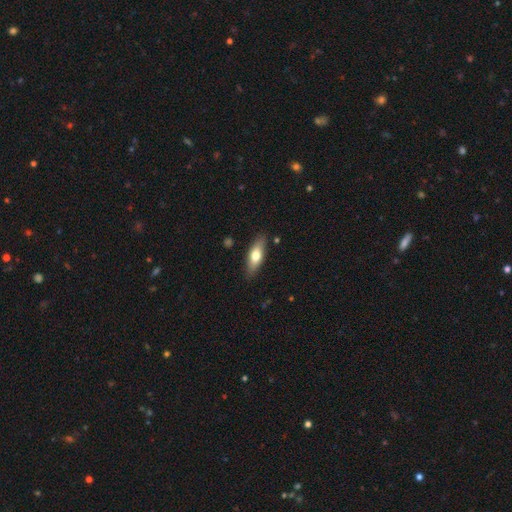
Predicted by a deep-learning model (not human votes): Q: Smooth or featured?
A: smooth (64%); runner-up: featured or disk (30%)
Q: How rounded?
A: in between (60%); runner-up: cigar-shaped (37%)
Q: Merging?
A: none (85%); runner-up: minor disturbance (11%)